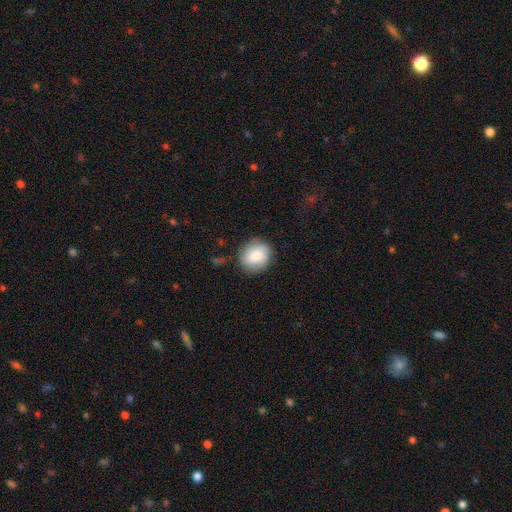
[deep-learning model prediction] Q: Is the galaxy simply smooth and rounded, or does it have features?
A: smooth — 72%.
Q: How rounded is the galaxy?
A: round — 83%.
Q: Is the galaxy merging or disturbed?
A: none — 81%.